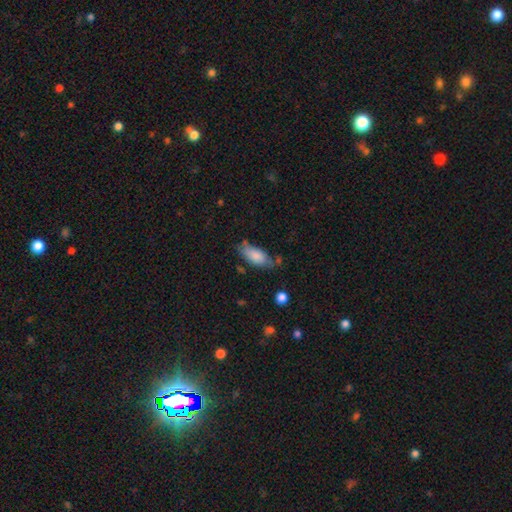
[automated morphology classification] Q: Smooth or featured?
A: smooth (83%); runner-up: featured or disk (11%)
Q: How rounded?
A: in between (86%); runner-up: cigar-shaped (12%)
Q: Merging?
A: none (58%); runner-up: minor disturbance (28%)